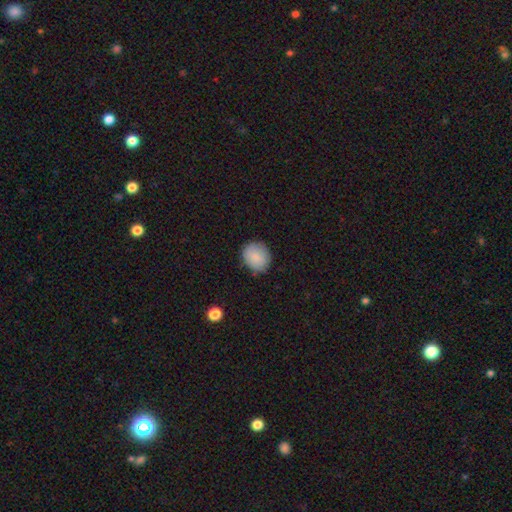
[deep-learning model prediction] smooth 87%, star or artifact 7%, featured or disk 6%. Down the decision tree: how rounded — round (69%); merging — none (83%).